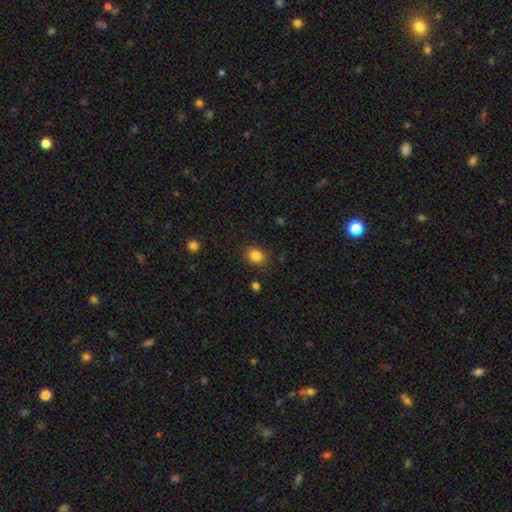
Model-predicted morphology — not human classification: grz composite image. It shows a smooth galaxy with no disk features (84%) that is round (57%). Merging: none (85%).